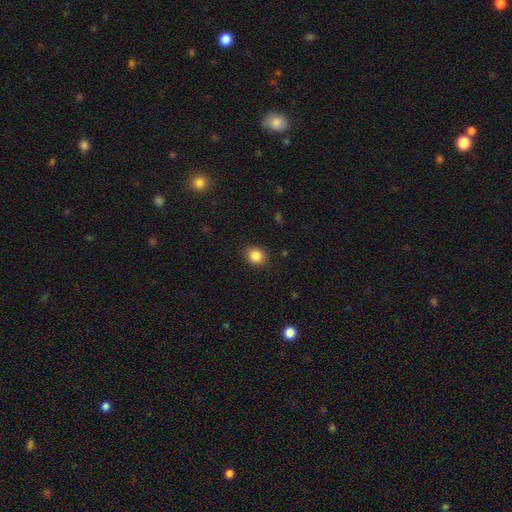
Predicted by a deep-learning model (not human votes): Smooth or featured? smooth (85%)
How rounded? round (74%)
Merging? none (89%)